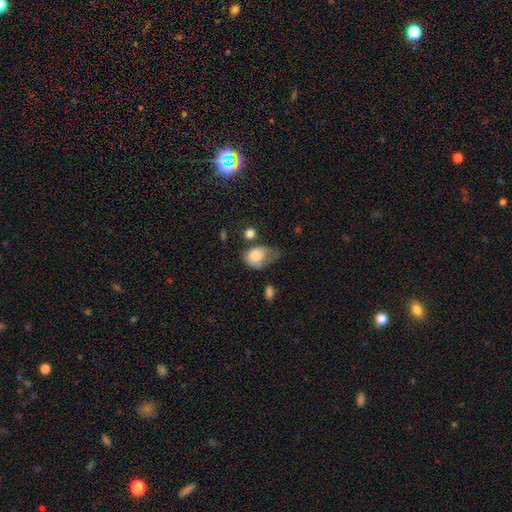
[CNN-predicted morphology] A smooth galaxy with no disk features (76%) that is in between round and cigar-shaped (67%). Merging: major disturbance (41%).